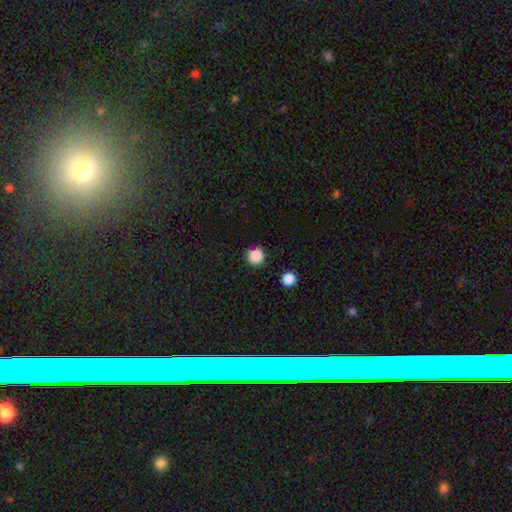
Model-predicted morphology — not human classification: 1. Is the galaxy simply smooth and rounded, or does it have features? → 86% smooth, 11% star or artifact, 3% featured or disk.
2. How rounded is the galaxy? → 95% round, 4% in between, 1% cigar-shaped.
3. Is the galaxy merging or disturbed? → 88% none, 7% minor disturbance, 2% merger, 2% major disturbance.